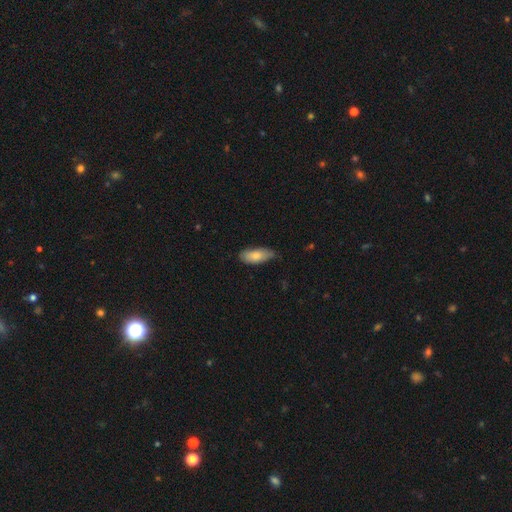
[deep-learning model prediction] Smooth or featured: smooth — 79% (featured or disk — 15%)
How rounded: in between — 81% (cigar-shaped — 17%)
Merging: none — 68% (minor disturbance — 27%)